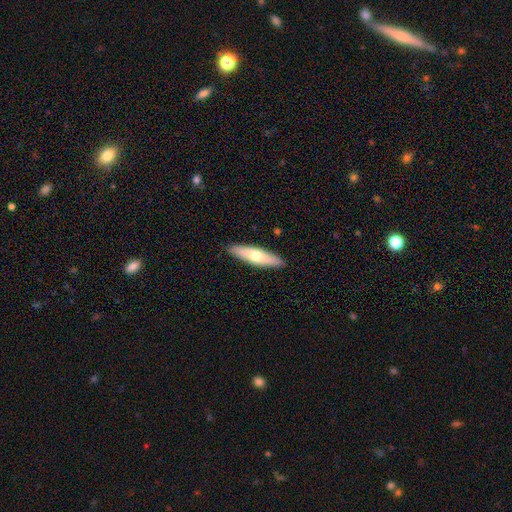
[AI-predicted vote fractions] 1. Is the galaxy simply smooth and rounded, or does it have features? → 60% smooth, 34% featured or disk, 5% star or artifact.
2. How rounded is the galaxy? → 66% cigar-shaped, 33% in between, 2% round.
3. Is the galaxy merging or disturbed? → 90% none, 8% minor disturbance, 2% major disturbance, 1% merger.